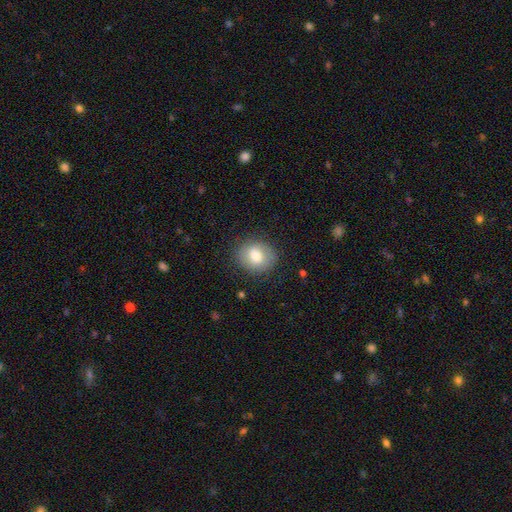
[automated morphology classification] Smooth or featured? smooth (74%)
How rounded? round (66%)
Merging? none (82%)